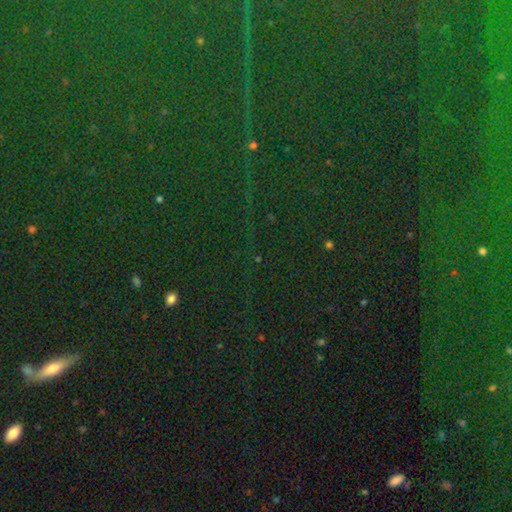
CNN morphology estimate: star or artifact 84%, smooth 9%, featured or disk 7%.